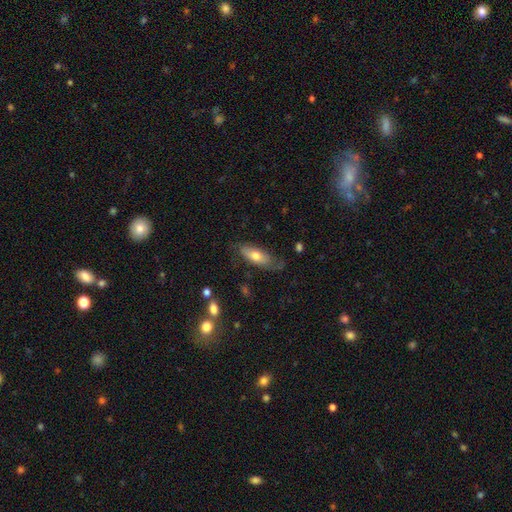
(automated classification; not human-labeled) smooth_or_featured: smooth (p=0.63) [alt: featured or disk p=0.31]
how_rounded: in between (p=0.72) [alt: cigar-shaped p=0.25]
merging: none (p=0.56) [alt: minor disturbance p=0.29]